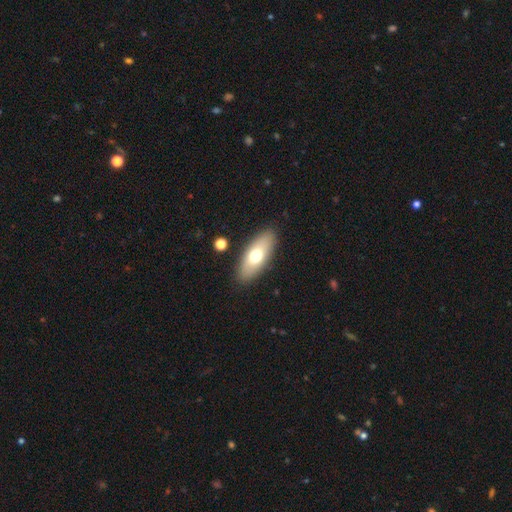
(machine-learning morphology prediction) Smooth or featured: smooth — 68% (featured or disk — 26%)
How rounded: in between — 76% (cigar-shaped — 21%)
Merging: none — 88% (minor disturbance — 8%)